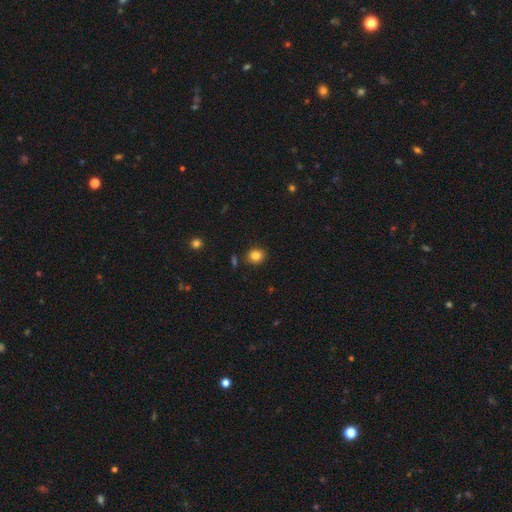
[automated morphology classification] smooth 84%, star or artifact 11%, featured or disk 6%. Down the decision tree: how rounded — round (68%); merging — none (87%).